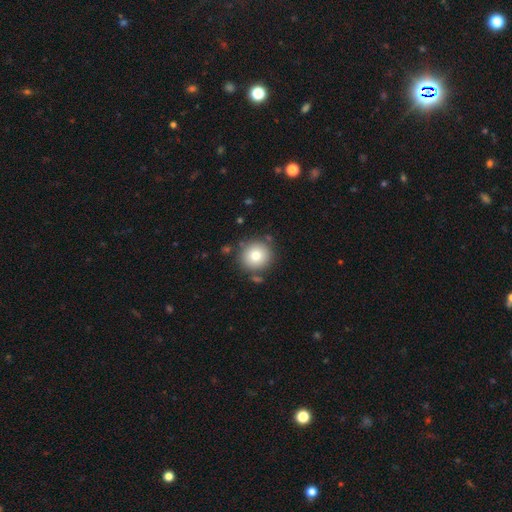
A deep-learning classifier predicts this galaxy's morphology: Smooth or featured: smooth — 78% (featured or disk — 12%)
How rounded: round — 92% (in between — 7%)
Merging: none — 84% (minor disturbance — 9%)